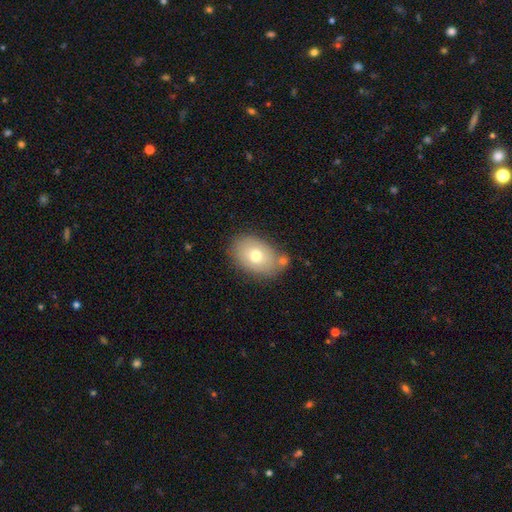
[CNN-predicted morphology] smooth 71%, featured or disk 22%, star or artifact 7%. Down the decision tree: how rounded — in between (83%); merging — none (68%).